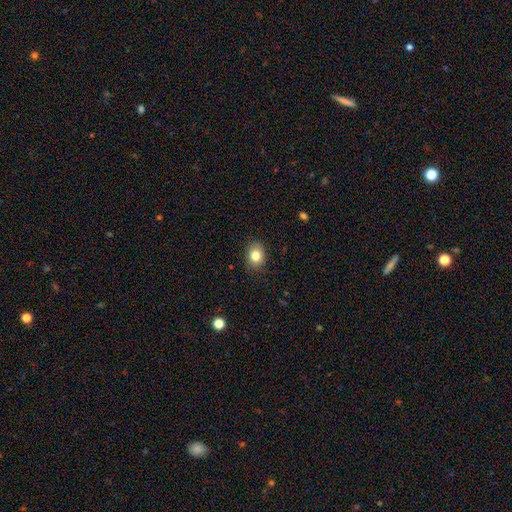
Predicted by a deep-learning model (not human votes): smooth-or-featured: smooth: 82% | star or artifact: 10% | featured or disk: 8%
  how-rounded: in between: 57% | round: 42% | cigar-shaped: 1%
  merging: none: 87% | minor disturbance: 10% | major disturbance: 2% | merger: 1%